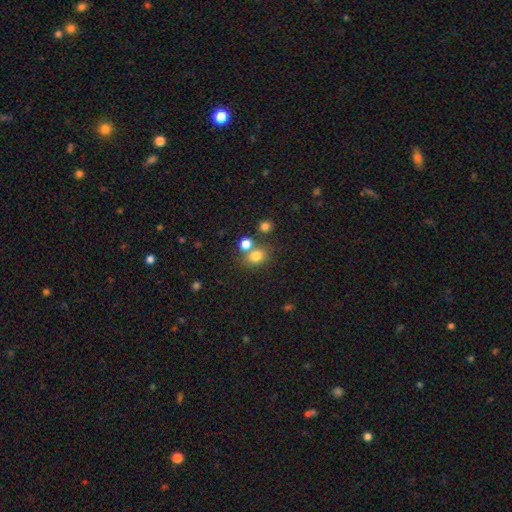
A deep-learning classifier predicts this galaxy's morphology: The model was most divided on "how rounded": round: 59%, in between: 40%, cigar-shaped: 1%. More confident: smooth or featured — smooth (77%); merging — none (60%).